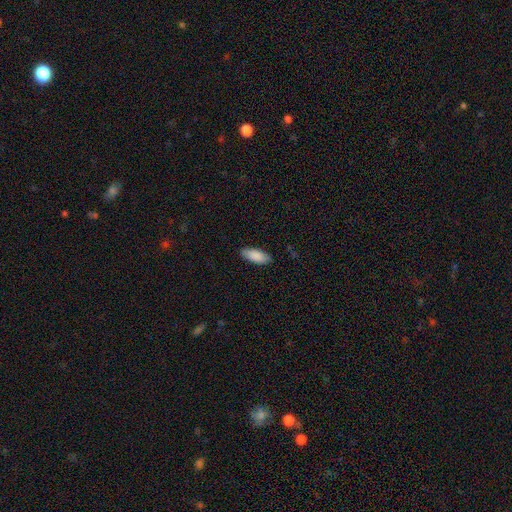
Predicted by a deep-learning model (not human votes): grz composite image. It shows a smooth galaxy with no disk features (88%) that is in between round and cigar-shaped (81%). Merging: none (87%).